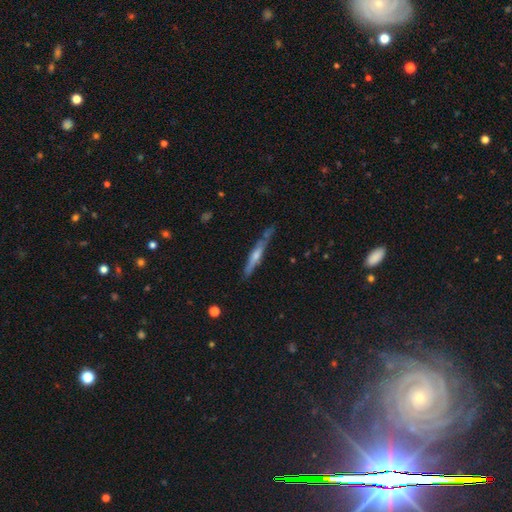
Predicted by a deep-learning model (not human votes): Smooth or featured? Predicted: featured or disk (p=0.54). Edge-on disk? Predicted: yes (p=0.92). Merging? Predicted: none (p=0.70).